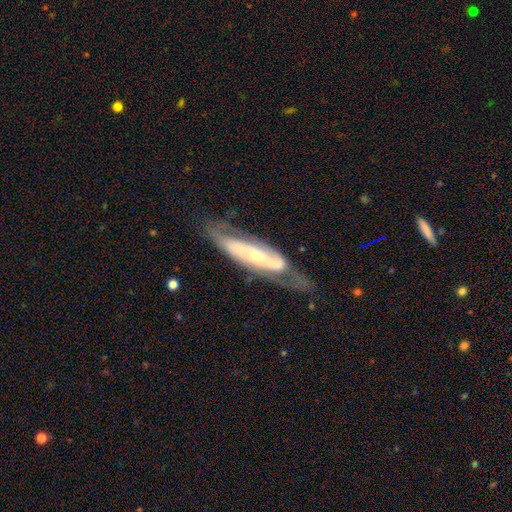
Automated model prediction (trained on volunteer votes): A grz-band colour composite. It shows a featured or disk galaxy (77%) with no bar (40%), spiral arms (80%) and a small central bulge (56%). Merging: none (60%).